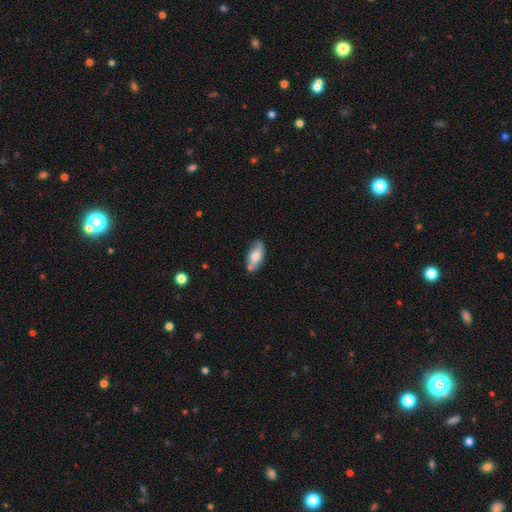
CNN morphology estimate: This appears to be a smooth galaxy with no disk features (67%) that is in between round and cigar-shaped (80%). Merging: none (74%).